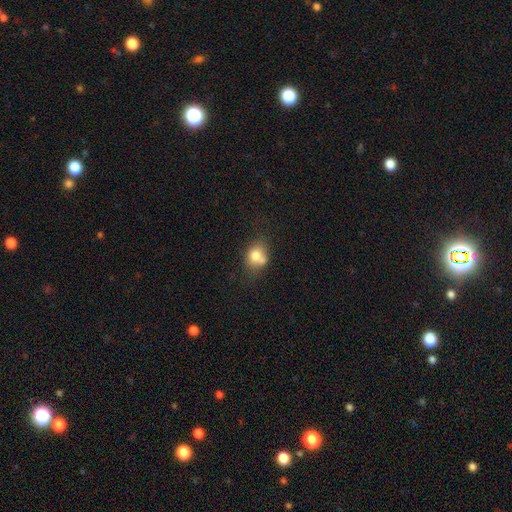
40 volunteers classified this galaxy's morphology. Smooth or featured? smooth (65%)
How rounded? in between (54%)
Merging? none (53%)